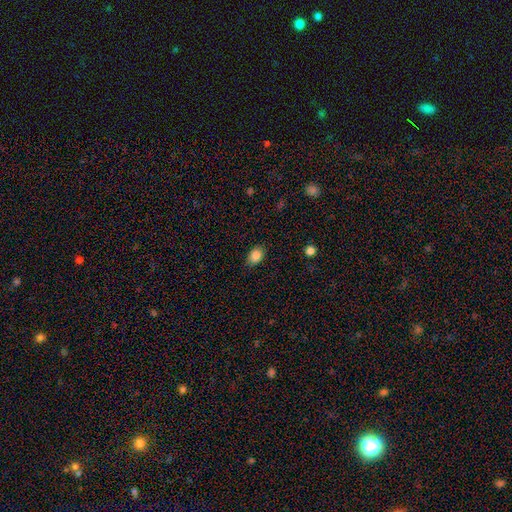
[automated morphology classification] smooth_or_featured: smooth (p=0.86) [alt: star or artifact p=0.09]
how_rounded: in between (p=0.75) [alt: round p=0.24]
merging: none (p=0.82) [alt: minor disturbance p=0.14]